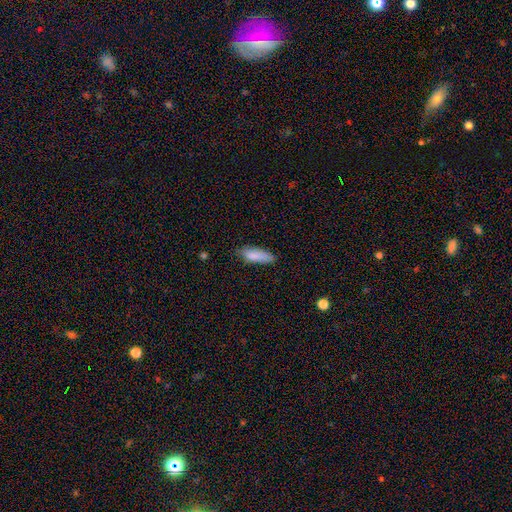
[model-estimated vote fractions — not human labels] The model was most divided on "how rounded": in between: 60%, cigar-shaped: 39%, round: 2%. More confident: smooth or featured — smooth (86%); merging — none (74%).